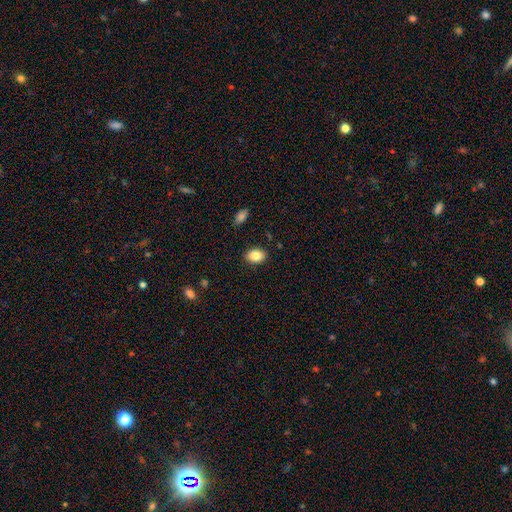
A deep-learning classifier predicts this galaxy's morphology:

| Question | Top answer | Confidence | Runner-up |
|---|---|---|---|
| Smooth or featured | smooth | 84% | star or artifact (8%) |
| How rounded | in between | 79% | round (19%) |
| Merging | none | 88% | minor disturbance (9%) |